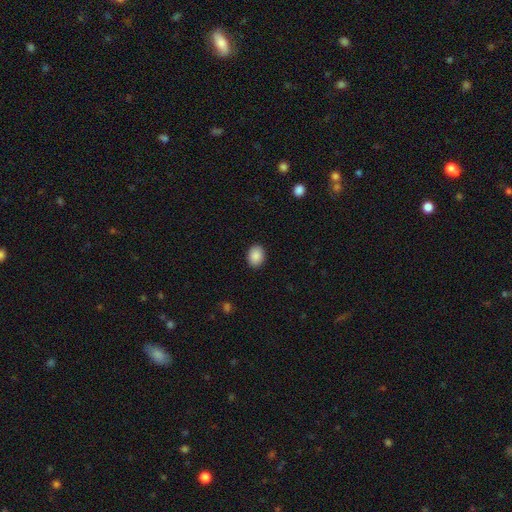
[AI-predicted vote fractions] Smooth or featured? smooth (89%)
How rounded? in between (66%)
Merging? none (90%)